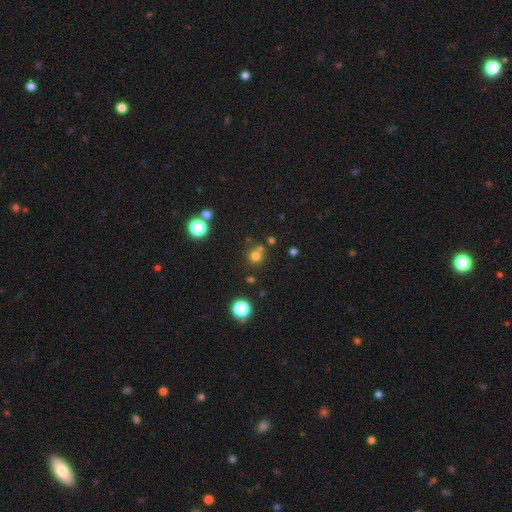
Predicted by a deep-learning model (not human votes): The model was most divided on "merging": none: 65%, merger: 23%, minor disturbance: 8%, major disturbance: 3%. More confident: how rounded — round (91%); smooth or featured — smooth (71%).